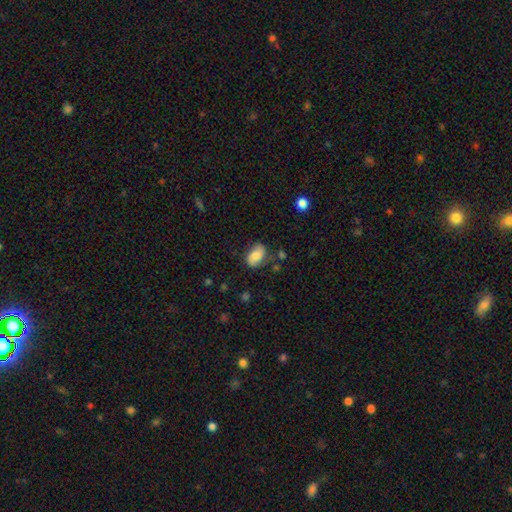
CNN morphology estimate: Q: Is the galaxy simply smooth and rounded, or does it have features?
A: smooth — 70%.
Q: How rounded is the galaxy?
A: in between — 87%.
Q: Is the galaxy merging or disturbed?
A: none — 67%.